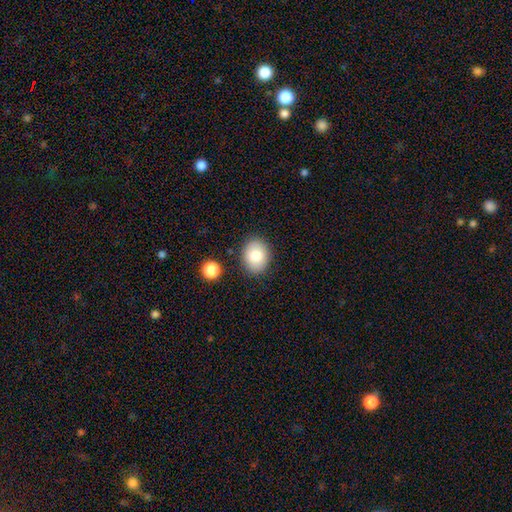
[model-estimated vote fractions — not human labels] Smooth or featured?
  - smooth: 81% *
  - featured or disk: 10%
  - star or artifact: 8%
How rounded?
  - in between: 55% *
  - round: 45%
  - cigar-shaped: 1%
Merging?
  - none: 84% *
  - minor disturbance: 10%
  - merger: 3%
  - major disturbance: 3%